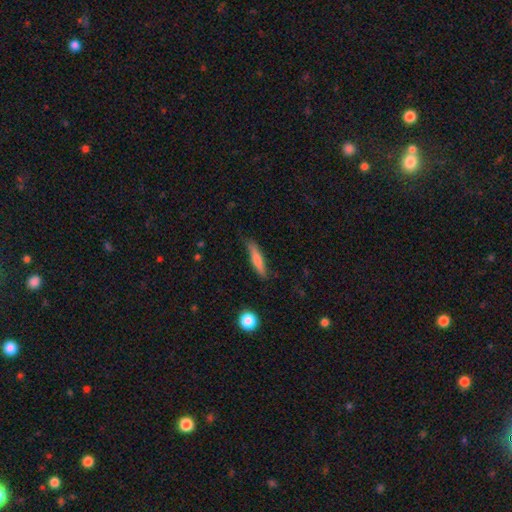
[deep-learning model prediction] Smooth or featured? smooth (64%)
How rounded? cigar-shaped (88%)
Merging? none (82%)